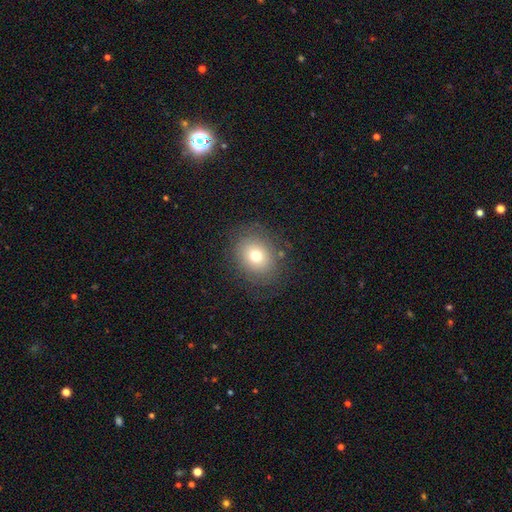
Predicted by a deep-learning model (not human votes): This is likely a smooth galaxy (69%). How rounded: possibly round (58%). Merging: likely none (78%).